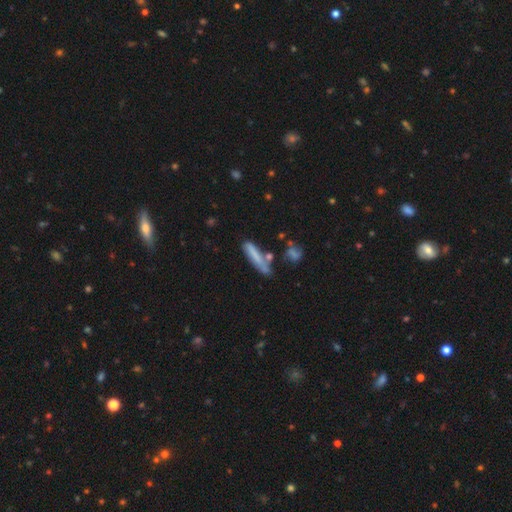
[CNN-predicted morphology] smooth-or-featured: smooth: 71% | featured or disk: 21% | star or artifact: 8%
  how-rounded: cigar-shaped: 84% | in between: 14% | round: 2%
  merging: none: 57% | minor disturbance: 22% | merger: 14% | major disturbance: 7%